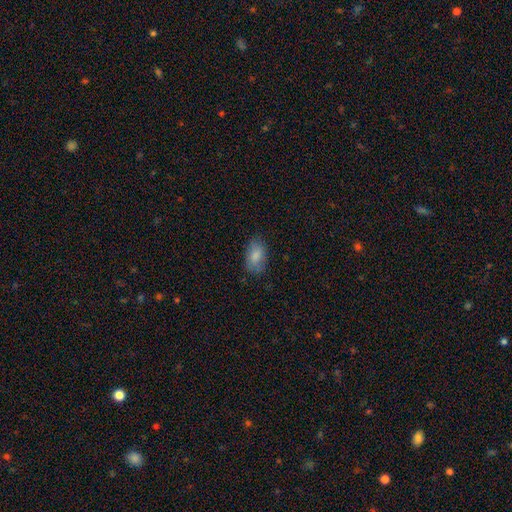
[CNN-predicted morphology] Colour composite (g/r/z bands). It shows a smooth galaxy with no disk features (83%) that is in between round and cigar-shaped (90%). Merging: none (75%).